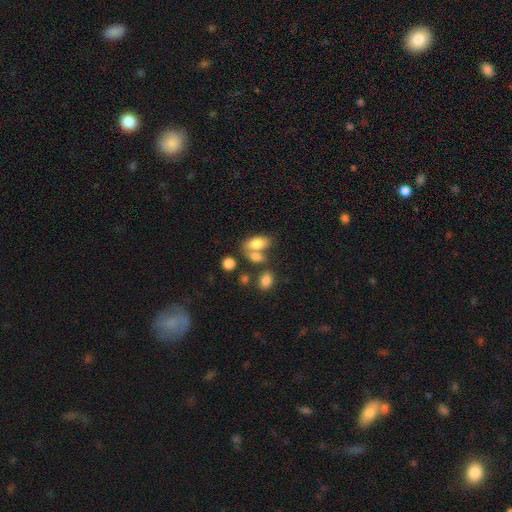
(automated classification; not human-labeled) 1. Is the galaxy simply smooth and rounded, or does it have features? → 75% smooth, 15% featured or disk, 10% star or artifact.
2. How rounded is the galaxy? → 85% in between, 11% round, 4% cigar-shaped.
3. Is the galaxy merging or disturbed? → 43% none, 39% merger, 12% minor disturbance, 6% major disturbance.